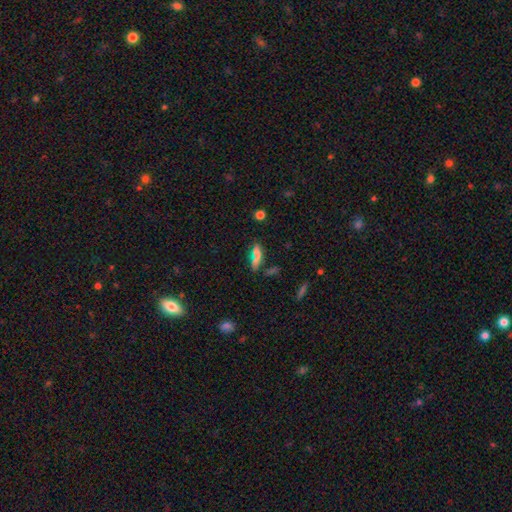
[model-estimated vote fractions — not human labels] This is likely a smooth galaxy (65%). How rounded: possibly cigar-shaped (50%). Merging: likely none (76%).